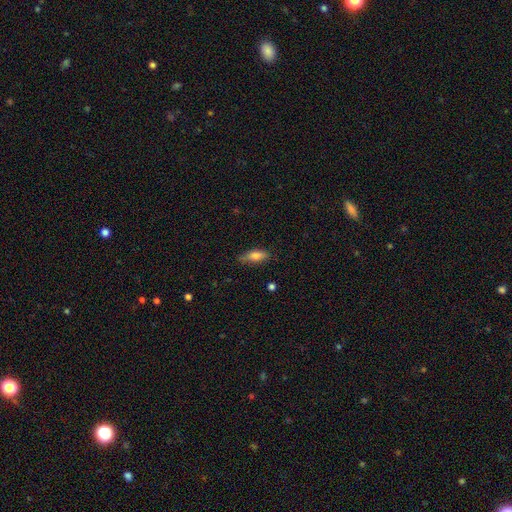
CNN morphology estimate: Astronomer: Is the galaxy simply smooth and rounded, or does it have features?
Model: smooth — 70%.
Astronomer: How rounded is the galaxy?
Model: in between — 56% (runner-up: cigar-shaped, 41%).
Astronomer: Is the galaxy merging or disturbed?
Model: none — 76%.